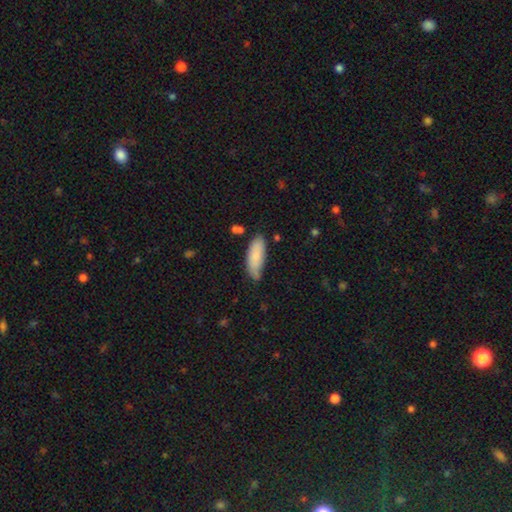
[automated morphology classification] This is clearly a smooth galaxy (83%). How rounded: likely in between (73%). Merging: likely none (63%).